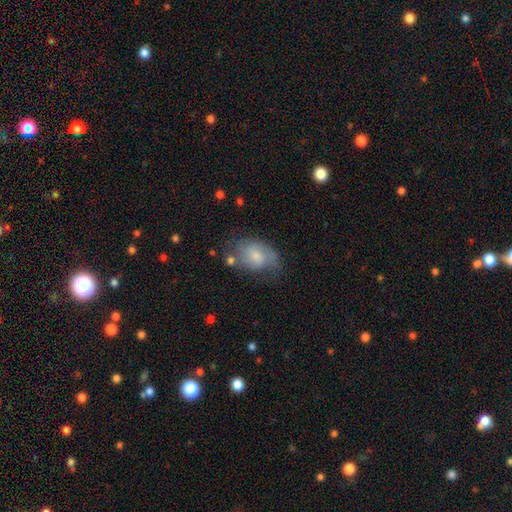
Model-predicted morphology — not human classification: The model was most divided on "merging": none: 50%, minor disturbance: 31%, major disturbance: 14%, merger: 5%. More confident: how rounded — in between (81%); smooth or featured — smooth (62%).